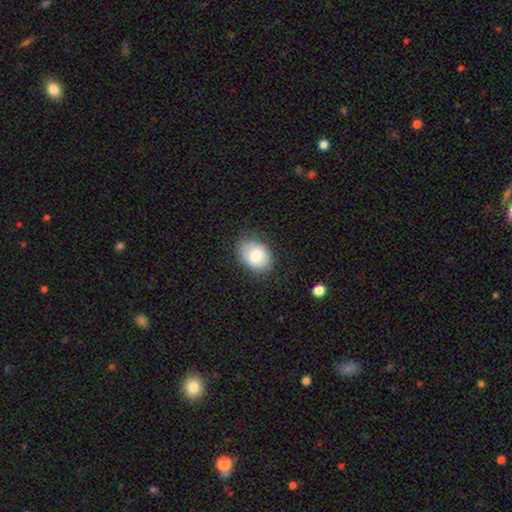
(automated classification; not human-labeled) Smooth or featured?
  - smooth: 73% *
  - featured or disk: 19%
  - star or artifact: 7%
How rounded?
  - in between: 73% *
  - round: 26%
  - cigar-shaped: 1%
Merging?
  - none: 75% *
  - minor disturbance: 18%
  - major disturbance: 5%
  - merger: 1%